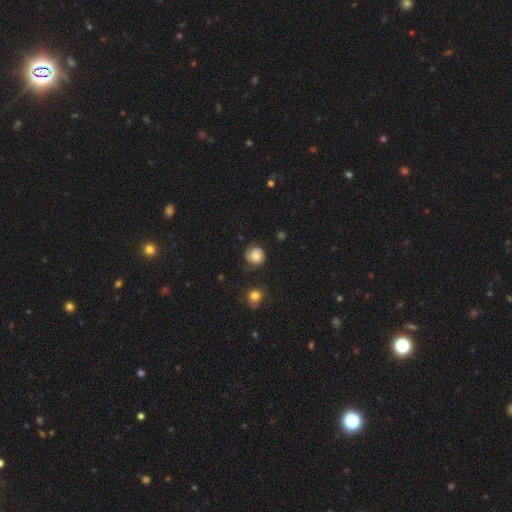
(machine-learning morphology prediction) Smooth or featured? smooth (58%)
How rounded? round (81%)
Merging? none (64%)